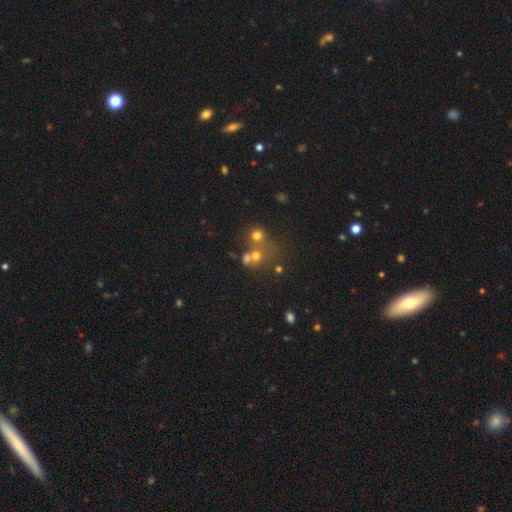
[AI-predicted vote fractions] smooth 57%, star or artifact 25%, featured or disk 18%. Down the decision tree: how rounded — round (80%); merging — merger (44%).